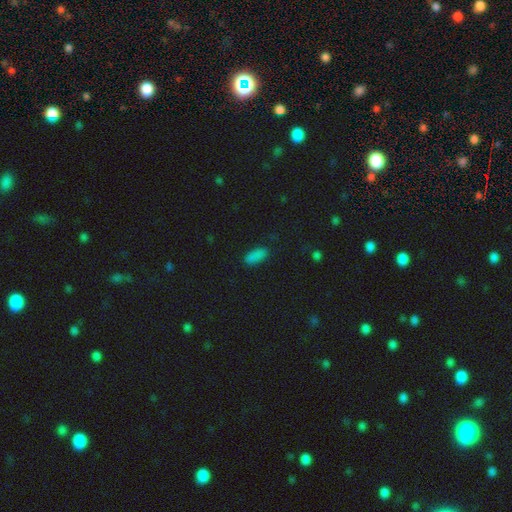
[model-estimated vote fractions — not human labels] smooth-or-featured: smooth: 84% | star or artifact: 12% | featured or disk: 4%
  how-rounded: in between: 81% | cigar-shaped: 16% | round: 3%
  merging: none: 81% | minor disturbance: 14% | major disturbance: 4% | merger: 2%